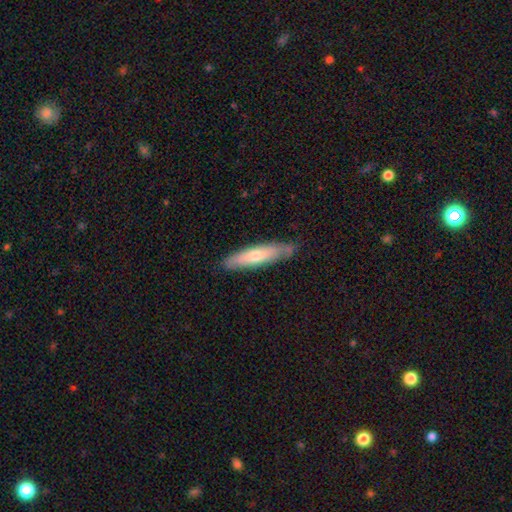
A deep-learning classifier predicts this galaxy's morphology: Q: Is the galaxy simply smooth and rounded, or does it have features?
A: smooth — 61%.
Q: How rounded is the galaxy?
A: cigar-shaped — 80%.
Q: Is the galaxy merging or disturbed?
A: none — 79%.